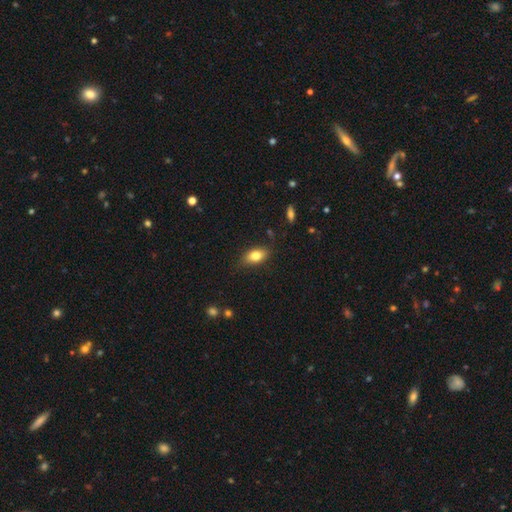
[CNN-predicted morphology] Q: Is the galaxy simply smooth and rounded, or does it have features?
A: smooth — 80%.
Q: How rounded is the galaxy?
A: in between — 86%.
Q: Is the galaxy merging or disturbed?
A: none — 81%.